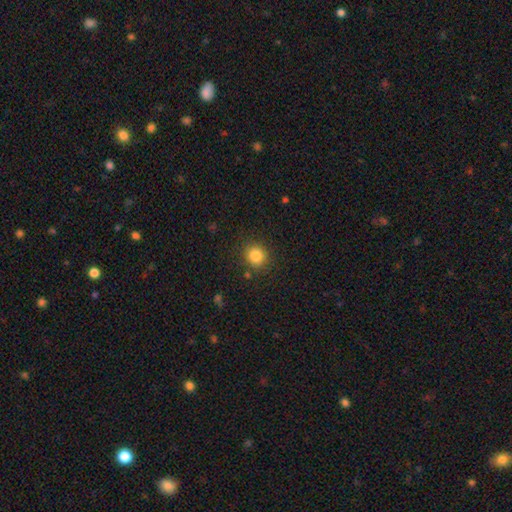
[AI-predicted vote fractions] This is clearly a smooth galaxy (84%). How rounded: clearly round (87%). Merging: clearly none (87%).